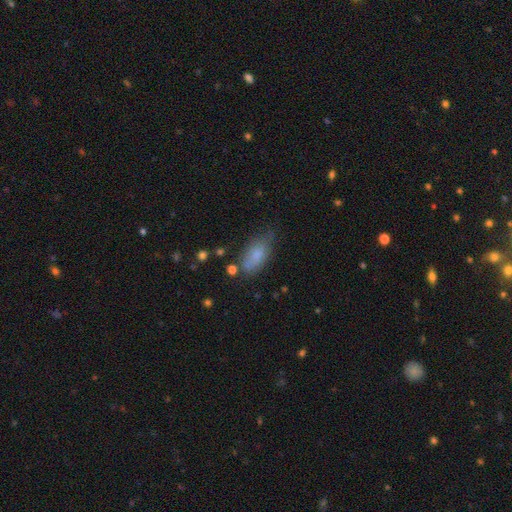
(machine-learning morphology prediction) A smooth galaxy with no disk features (78%) that is in between round and cigar-shaped (87%). Merging: none (58%).